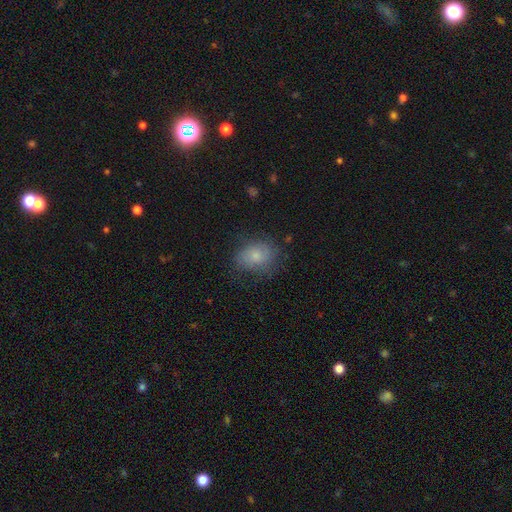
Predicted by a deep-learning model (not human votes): Smooth or featured? Predicted: smooth (p=0.74). How rounded? Predicted: in between (p=0.65). Merging? Predicted: none (p=0.66).